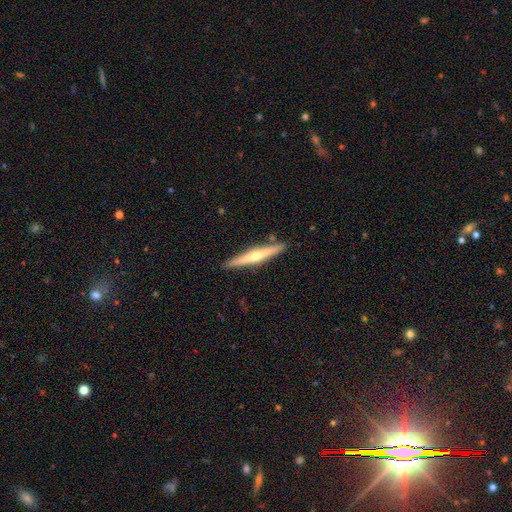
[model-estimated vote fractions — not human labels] Smooth or featured? featured or disk (66%)
Edge-on disk? yes (97%)
Edge-on bulge? rounded (85%)
Merging? none (90%)